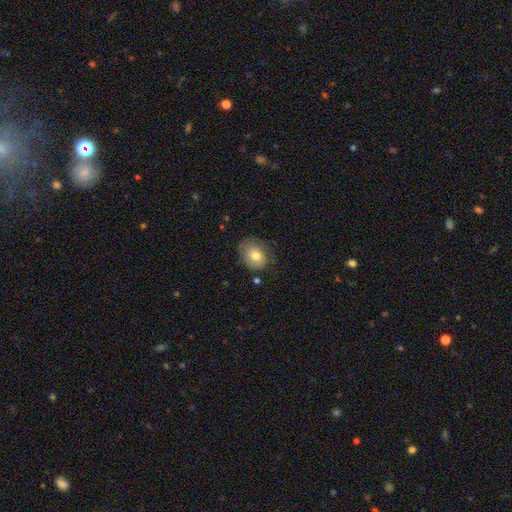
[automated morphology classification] The model was most divided on "how rounded": round: 50%, in between: 49%, cigar-shaped: 1%. More confident: smooth or featured — smooth (76%); merging — none (66%).